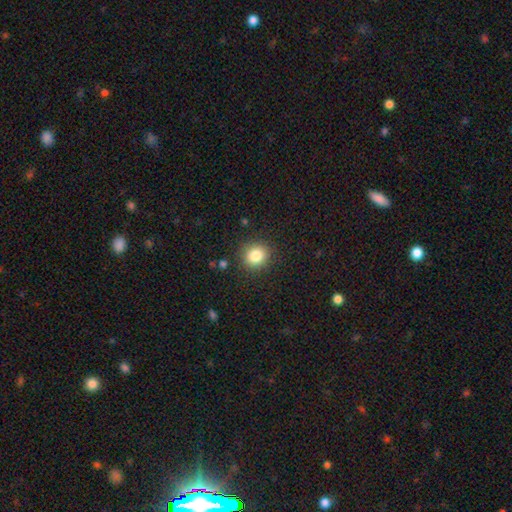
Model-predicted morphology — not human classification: Smooth or featured?
  - smooth: 83% *
  - star or artifact: 11%
  - featured or disk: 6%
How rounded?
  - round: 85% *
  - in between: 14%
  - cigar-shaped: 1%
Merging?
  - none: 88% *
  - minor disturbance: 8%
  - major disturbance: 3%
  - merger: 1%